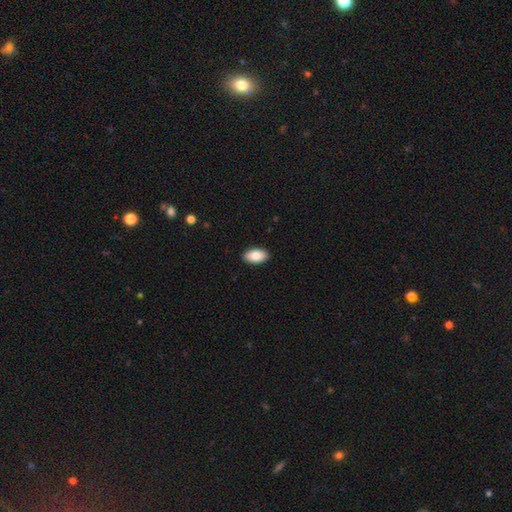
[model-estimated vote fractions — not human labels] Overall: smooth (85%). How rounded: in between (95%). Merging: none (91%).